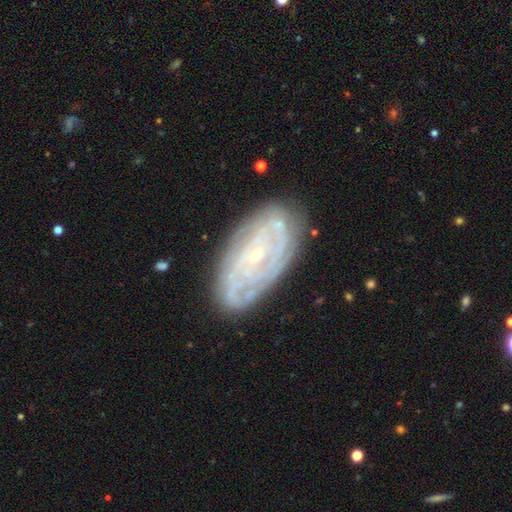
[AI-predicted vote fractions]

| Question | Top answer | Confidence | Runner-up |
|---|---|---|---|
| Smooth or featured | featured or disk | 77% | smooth (16%) |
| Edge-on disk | no | 94% | yes (6%) |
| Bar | no | 63% | weak (29%) |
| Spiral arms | yes | 84% | no (16%) |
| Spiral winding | tight | 68% | medium (25%) |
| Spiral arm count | can't tell | 50% | 2 (19%) |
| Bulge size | small | 79% | moderate (16%) |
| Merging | none | 77% | minor disturbance (16%) |